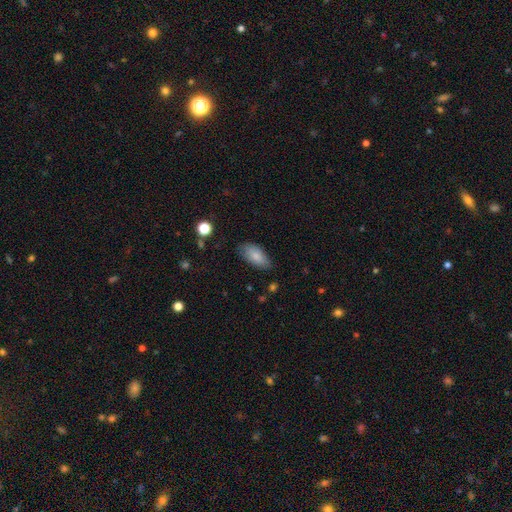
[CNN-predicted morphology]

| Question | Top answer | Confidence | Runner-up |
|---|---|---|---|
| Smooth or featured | smooth | 83% | featured or disk (10%) |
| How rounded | in between | 90% | cigar-shaped (8%) |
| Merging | none | 77% | minor disturbance (18%) |